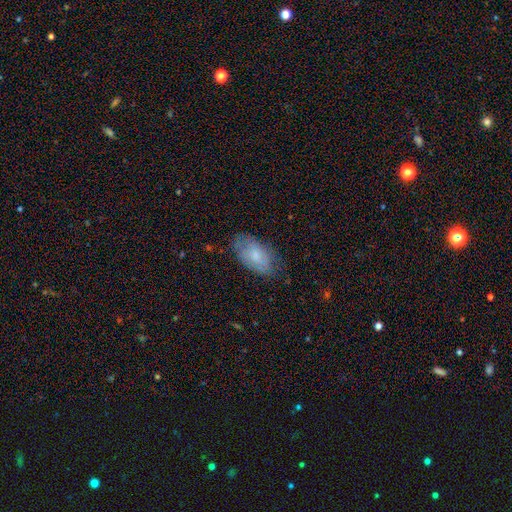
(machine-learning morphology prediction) Smooth or featured: smooth — 66% (featured or disk — 27%)
How rounded: in between — 94% (round — 4%)
Merging: none — 70% (minor disturbance — 23%)